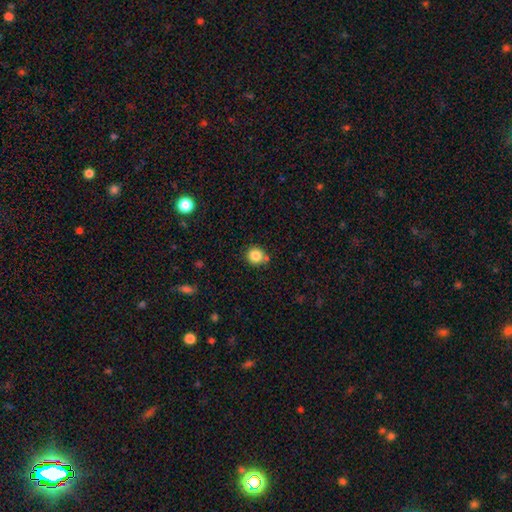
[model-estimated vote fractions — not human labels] A smooth galaxy with no disk features (84%) that is round (89%).

Vote fractions:
- Smooth or featured? smooth: 84% / star or artifact: 11% / featured or disk: 5%
- How rounded? round: 89% / in between: 10% / cigar-shaped: 1%
- Merging? none: 77% / minor disturbance: 11% / merger: 10% / major disturbance: 3%